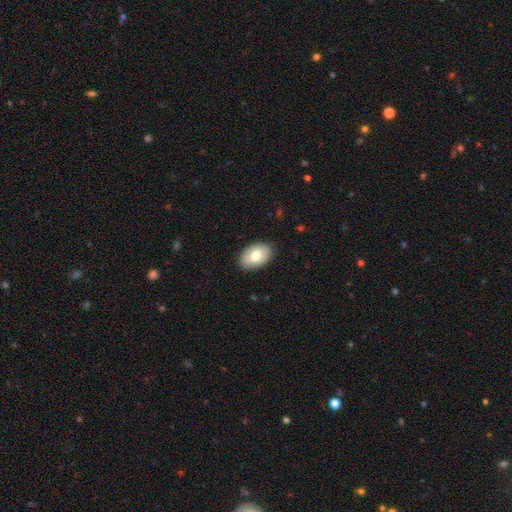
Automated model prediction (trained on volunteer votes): Smooth or featured? Predicted: smooth (p=0.77). How rounded? Predicted: in between (p=0.92). Merging? Predicted: none (p=0.87).